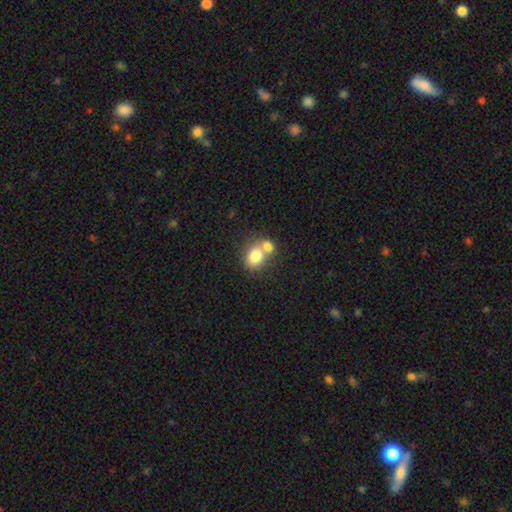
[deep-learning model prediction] Morphology: type=smooth (78%); roundness=in between (53%); merging=merger (57%).